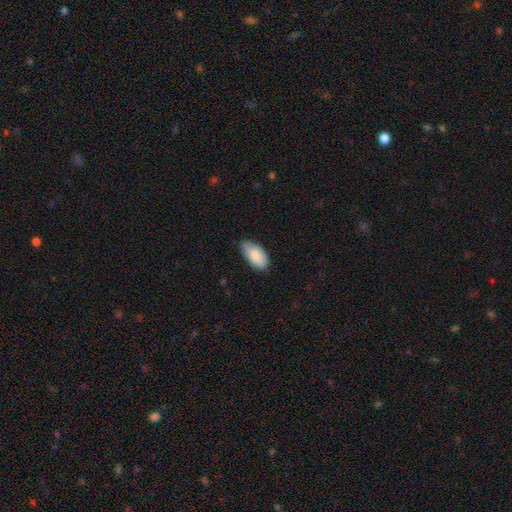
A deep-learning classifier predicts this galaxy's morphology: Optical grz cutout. It shows a smooth galaxy with no disk features (86%) that is in between round and cigar-shaped (94%). Merging: none (59%).